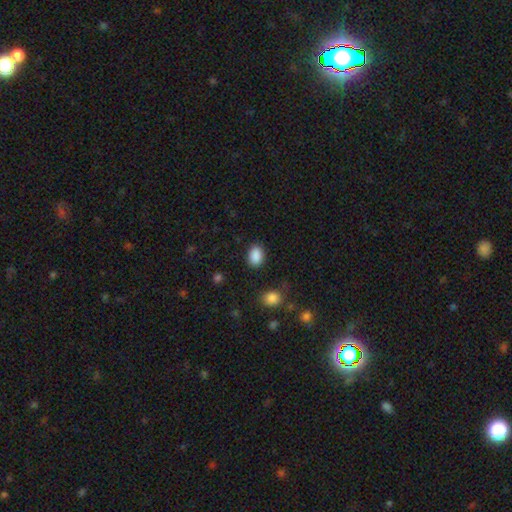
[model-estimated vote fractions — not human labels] Smooth or featured?
  - smooth: 89% *
  - star or artifact: 9%
  - featured or disk: 3%
How rounded?
  - in between: 77% *
  - round: 22%
  - cigar-shaped: 1%
Merging?
  - none: 84% *
  - minor disturbance: 11%
  - major disturbance: 3%
  - merger: 2%